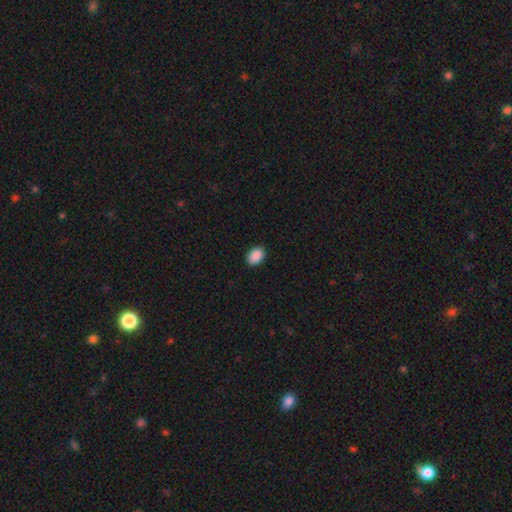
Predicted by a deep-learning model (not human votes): Q: Smooth or featured?
A: smooth (91%); runner-up: star or artifact (7%)
Q: How rounded?
A: in between (85%); runner-up: round (14%)
Q: Merging?
A: none (90%); runner-up: minor disturbance (7%)